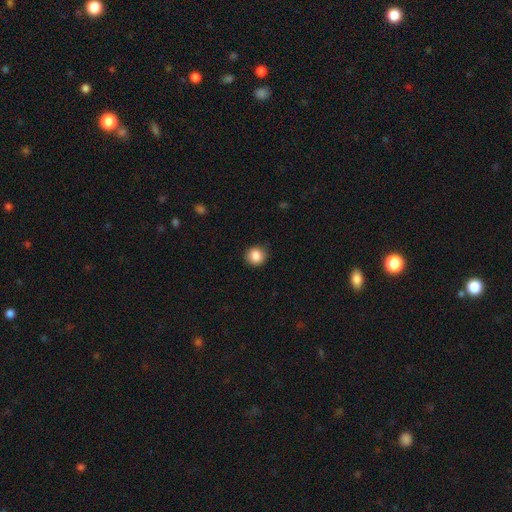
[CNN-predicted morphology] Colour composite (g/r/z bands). It shows a smooth galaxy with no disk features (87%) that is round (90%). Merging: none (88%).